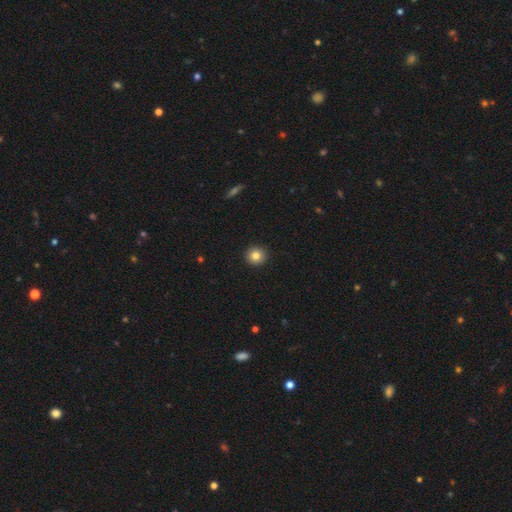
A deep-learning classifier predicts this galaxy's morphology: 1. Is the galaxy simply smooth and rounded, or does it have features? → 82% smooth, 10% star or artifact, 7% featured or disk.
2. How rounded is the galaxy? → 93% round, 6% in between, 1% cigar-shaped.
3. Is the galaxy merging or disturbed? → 93% none, 5% minor disturbance, 1% major disturbance, 1% merger.